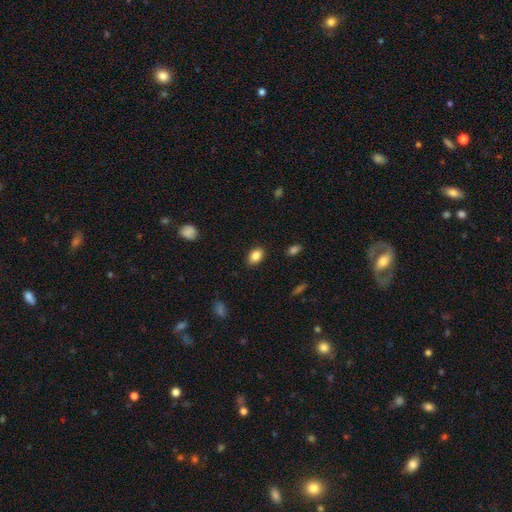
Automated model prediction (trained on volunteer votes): This appears to be a smooth galaxy with no disk features (86%) that is in between round and cigar-shaped (83%). Merging: none (87%).